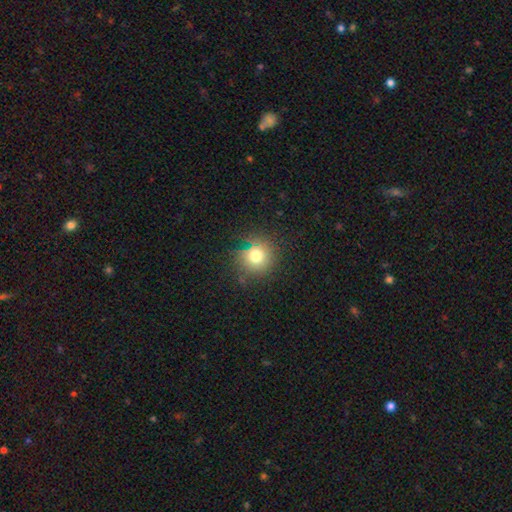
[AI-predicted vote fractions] smooth 73%, star or artifact 17%, featured or disk 10%. Down the decision tree: how rounded — round (91%); merging — none (81%).